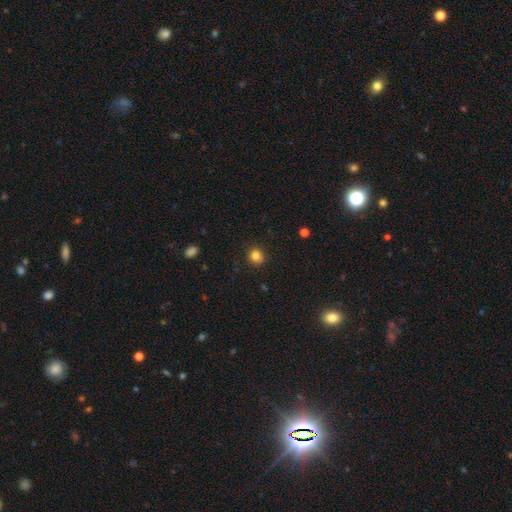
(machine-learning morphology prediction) A smooth galaxy with no disk features (82%) that is round (88%). Merging: none (88%).